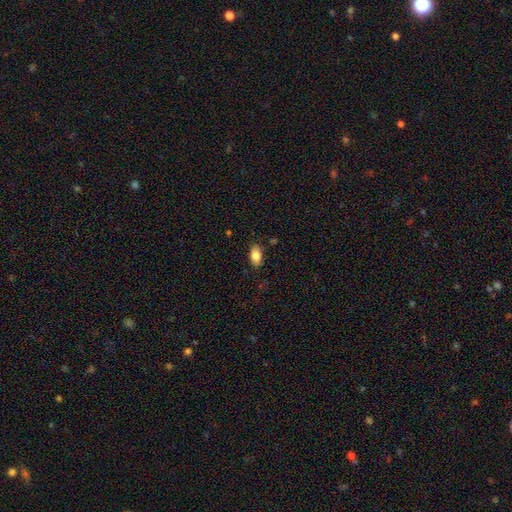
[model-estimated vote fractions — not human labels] The model was most divided on "smooth or featured": smooth: 82%, featured or disk: 10%, star or artifact: 8%. More confident: how rounded — in between (91%); merging — none (84%).